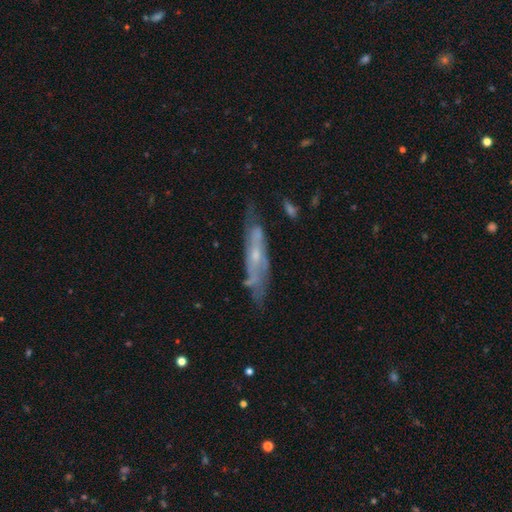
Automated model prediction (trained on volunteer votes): Smooth or featured?
  - featured or disk: 66% *
  - smooth: 25%
  - star or artifact: 9%
Edge-on disk?
  - no: 51% *
  - yes: 49%
Merging?
  - none: 66% *
  - minor disturbance: 23%
  - major disturbance: 8%
  - merger: 3%